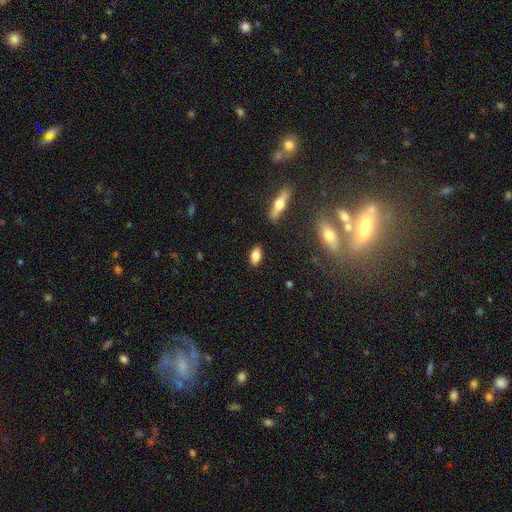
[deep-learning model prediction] smooth_or_featured: smooth (p=0.80) [alt: featured or disk p=0.12]
how_rounded: in between (p=0.84) [alt: cigar-shaped p=0.11]
merging: none (p=0.87) [alt: minor disturbance p=0.09]